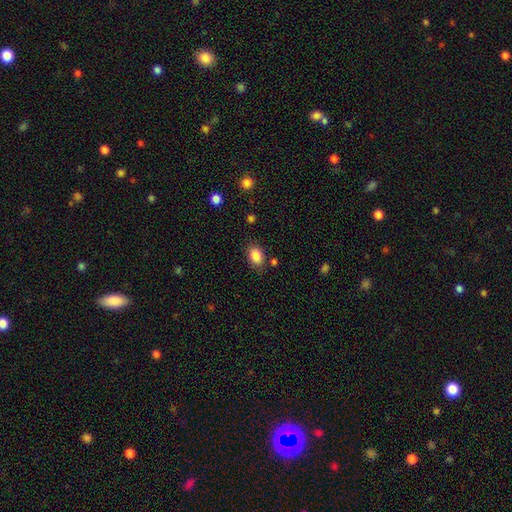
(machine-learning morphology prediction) The model was most divided on "how rounded": in between: 75%, round: 24%, cigar-shaped: 1%. More confident: smooth or featured — smooth (86%); merging — none (81%).